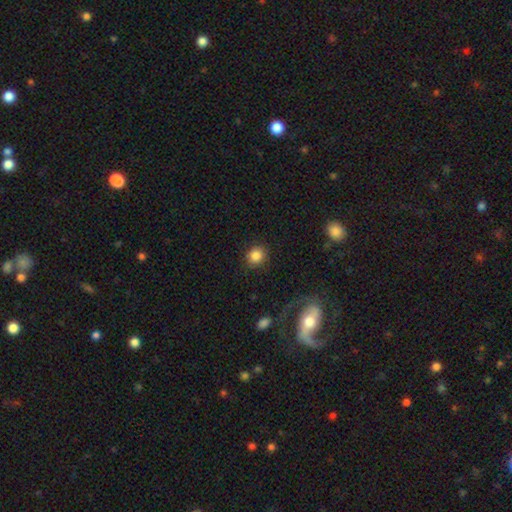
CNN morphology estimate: smooth 85%, star or artifact 9%, featured or disk 5%. Down the decision tree: how rounded — round (81%); merging — none (88%).